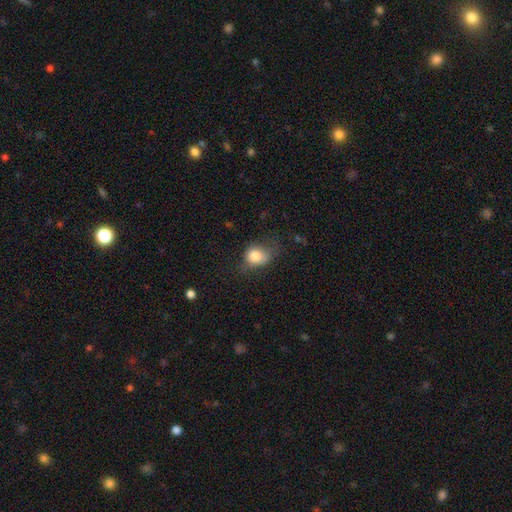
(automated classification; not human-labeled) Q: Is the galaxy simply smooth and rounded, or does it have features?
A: smooth — 80%.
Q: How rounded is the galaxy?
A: round — 53%.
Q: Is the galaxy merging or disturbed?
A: none — 45%.